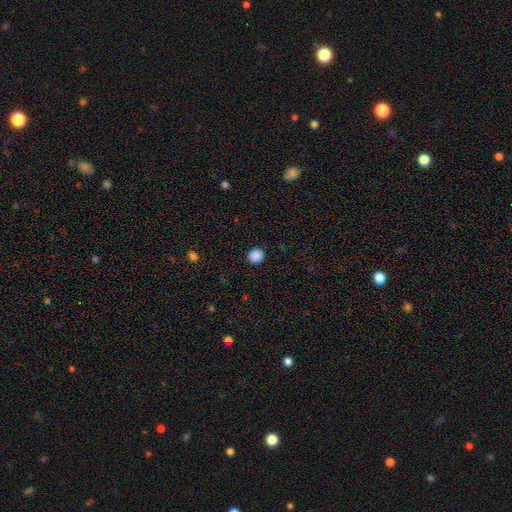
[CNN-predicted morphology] This appears to be a smooth galaxy with no disk features (88%) that is round (87%). Merging: none (92%).